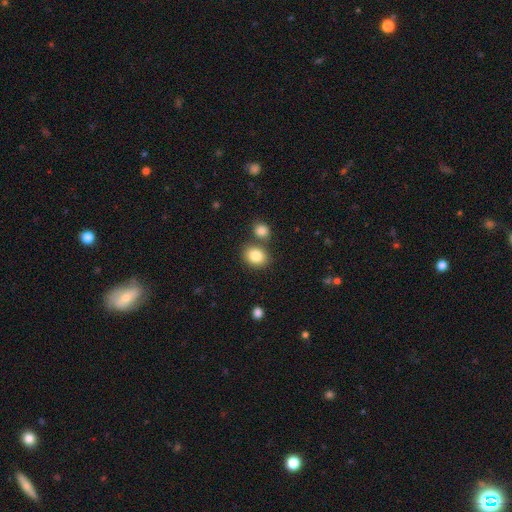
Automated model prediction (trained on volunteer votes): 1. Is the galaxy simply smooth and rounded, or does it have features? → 85% smooth, 9% star or artifact, 7% featured or disk.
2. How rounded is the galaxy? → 50% round, 49% in between, 1% cigar-shaped.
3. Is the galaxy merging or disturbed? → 67% none, 20% merger, 10% minor disturbance, 3% major disturbance.